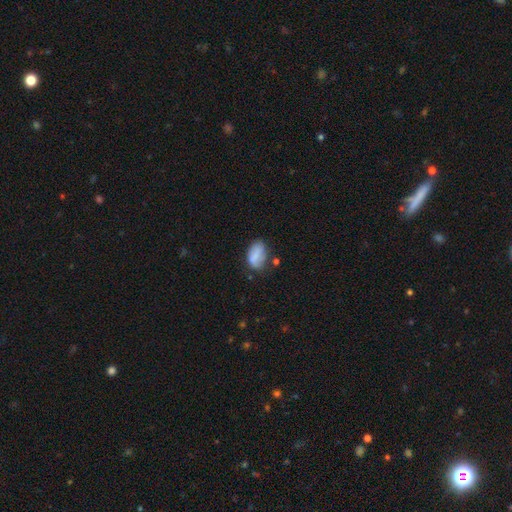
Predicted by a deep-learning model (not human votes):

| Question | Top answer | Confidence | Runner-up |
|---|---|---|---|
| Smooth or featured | smooth | 76% | featured or disk (16%) |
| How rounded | in between | 90% | round (8%) |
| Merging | none | 56% | minor disturbance (29%) |